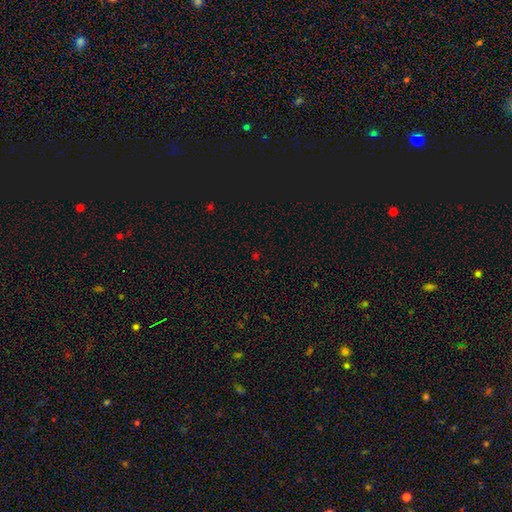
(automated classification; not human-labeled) This appears to be a star or artifact, not a galaxy (61%).